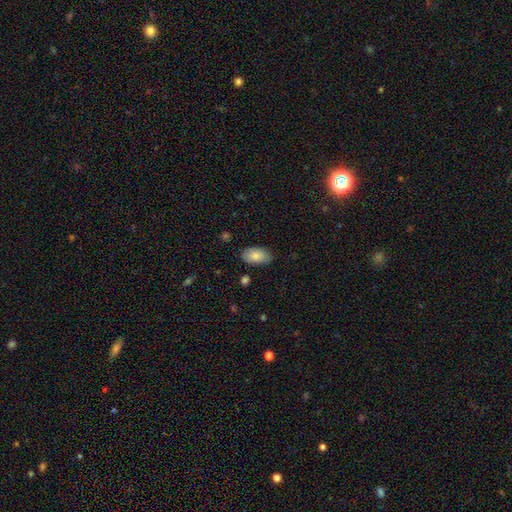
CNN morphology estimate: The model was most divided on "merging": none: 79%, minor disturbance: 17%, major disturbance: 3%, merger: 2%. More confident: how rounded — in between (94%); smooth or featured — smooth (83%).